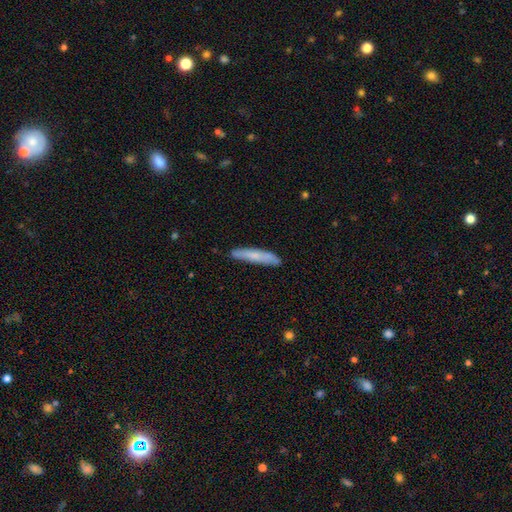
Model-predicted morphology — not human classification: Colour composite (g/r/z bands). It shows a smooth galaxy with no disk features (70%) that is cigar-shaped (92%). Merging: none (83%).